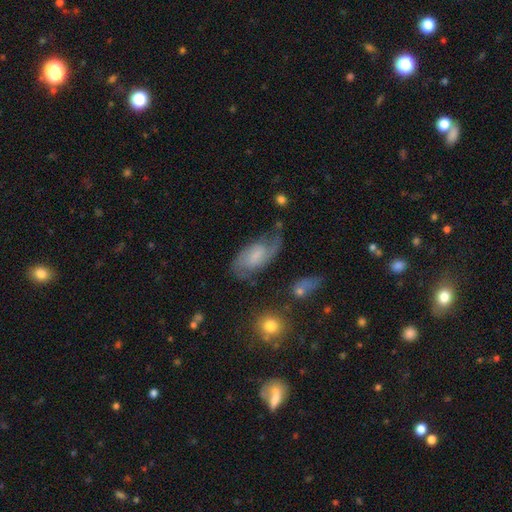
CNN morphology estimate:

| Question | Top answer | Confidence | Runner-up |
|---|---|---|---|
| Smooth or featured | featured or disk | 66% | smooth (27%) |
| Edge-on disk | no | 95% | yes (5%) |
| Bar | weak | 48% | no (42%) |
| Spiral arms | yes | 90% | no (10%) |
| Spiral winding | medium | 46% | loose (28%) |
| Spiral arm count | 2 | 67% | 1 (15%) |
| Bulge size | small | 39% | moderate (28%) |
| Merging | none | 56% | minor disturbance (24%) |